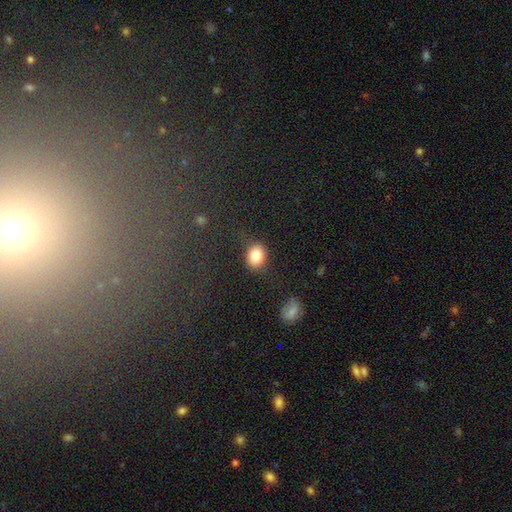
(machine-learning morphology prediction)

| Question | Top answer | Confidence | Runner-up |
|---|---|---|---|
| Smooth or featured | smooth | 83% | star or artifact (9%) |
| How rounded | in between | 50% | round (49%) |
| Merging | none | 78% | minor disturbance (14%) |